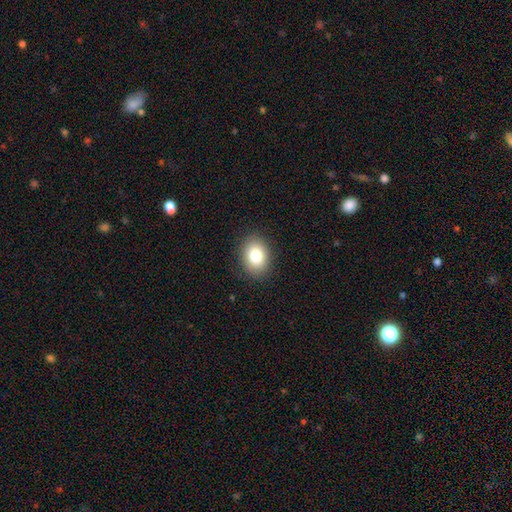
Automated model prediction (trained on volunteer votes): smooth 82%, star or artifact 9%, featured or disk 9%. Down the decision tree: how rounded — in between (68%); merging — none (88%).